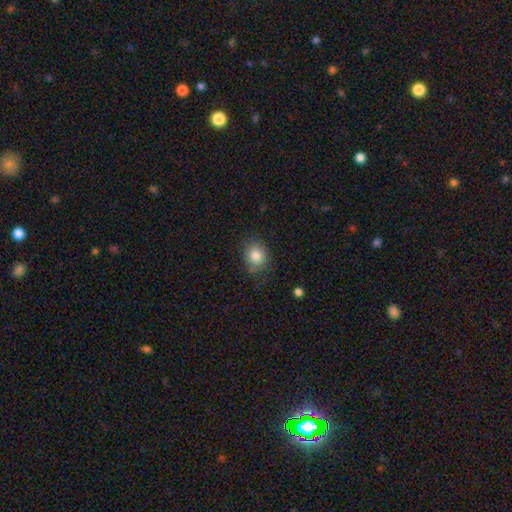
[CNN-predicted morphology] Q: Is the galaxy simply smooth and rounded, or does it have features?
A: smooth — 84%.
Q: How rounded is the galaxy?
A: round — 65%.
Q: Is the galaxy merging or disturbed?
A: none — 74%.